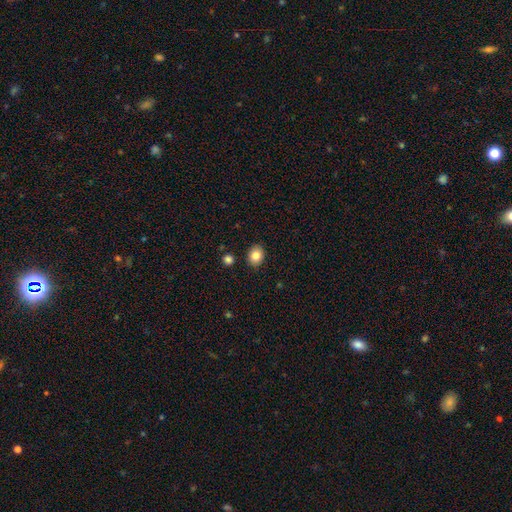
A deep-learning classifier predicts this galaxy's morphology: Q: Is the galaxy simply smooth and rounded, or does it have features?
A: smooth — 84%.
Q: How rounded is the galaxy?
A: in between — 51%.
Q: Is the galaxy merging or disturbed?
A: none — 89%.